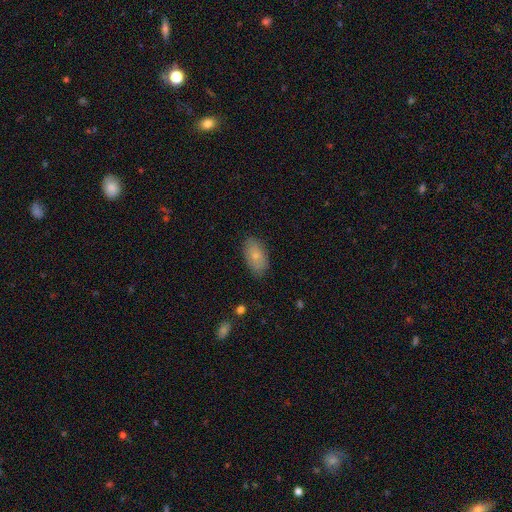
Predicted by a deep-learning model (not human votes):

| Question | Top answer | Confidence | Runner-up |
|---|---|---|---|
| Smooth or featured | smooth | 75% | featured or disk (17%) |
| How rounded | in between | 93% | round (5%) |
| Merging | none | 83% | minor disturbance (13%) |